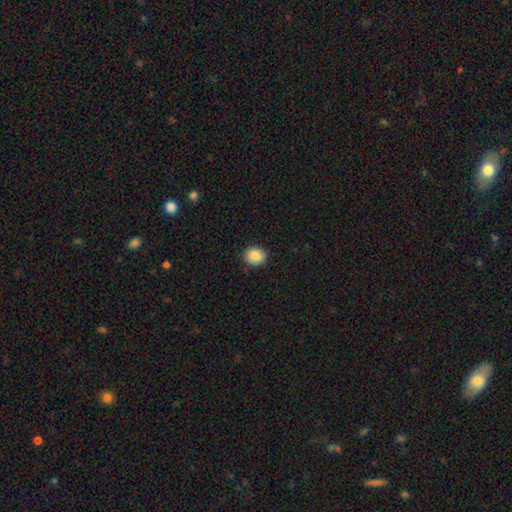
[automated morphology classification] Q: Smooth or featured?
A: smooth (88%); runner-up: star or artifact (8%)
Q: How rounded?
A: round (70%); runner-up: in between (29%)
Q: Merging?
A: none (91%); runner-up: minor disturbance (7%)